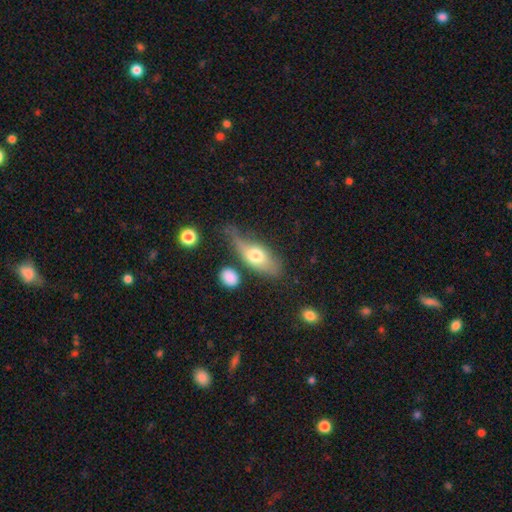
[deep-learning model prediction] A smooth galaxy with no disk features (60%) that is in between round and cigar-shaped (78%). Merging: none (37%).